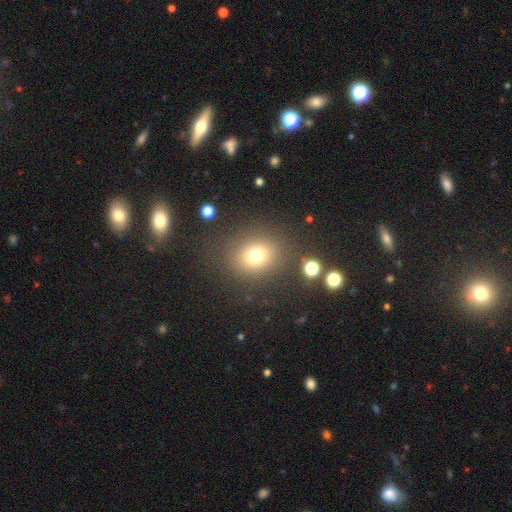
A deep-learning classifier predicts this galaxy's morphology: Smooth or featured: smooth — 73% (star or artifact — 17%)
How rounded: round — 74% (in between — 25%)
Merging: none — 83% (minor disturbance — 9%)